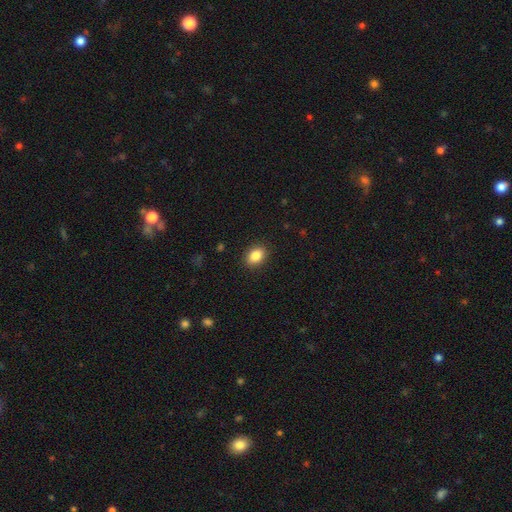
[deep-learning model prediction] smooth 86%, star or artifact 9%, featured or disk 5%. Down the decision tree: how rounded — in between (75%); merging — none (89%).